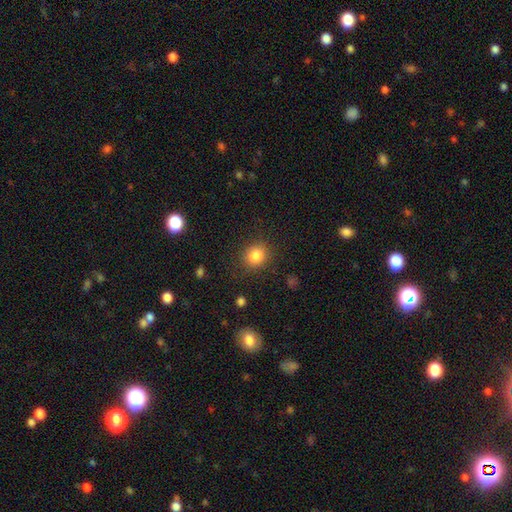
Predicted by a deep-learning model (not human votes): Smooth or featured?
  - smooth: 83% *
  - star or artifact: 11%
  - featured or disk: 6%
How rounded?
  - round: 78% *
  - in between: 21%
  - cigar-shaped: 1%
Merging?
  - none: 86% *
  - minor disturbance: 9%
  - major disturbance: 4%
  - merger: 1%